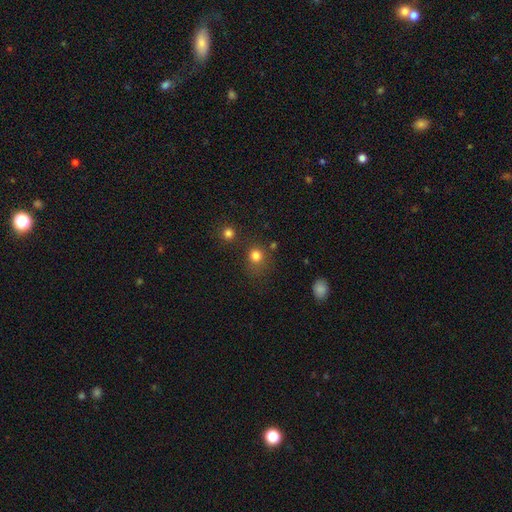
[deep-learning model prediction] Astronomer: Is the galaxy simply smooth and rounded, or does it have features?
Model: smooth — 79%.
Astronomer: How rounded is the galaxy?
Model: round — 84%.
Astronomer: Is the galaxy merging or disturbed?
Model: none — 69%.